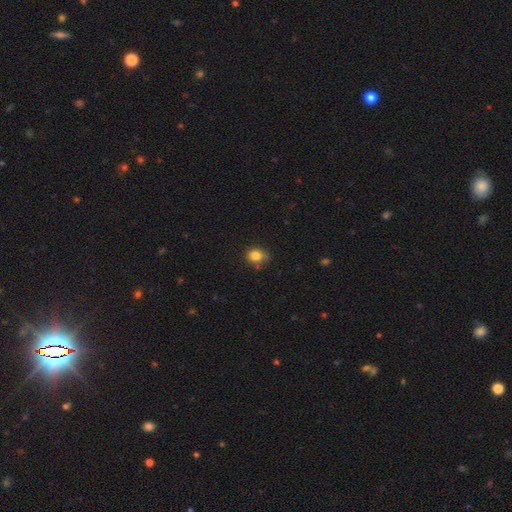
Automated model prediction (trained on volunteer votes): smooth-or-featured: smooth: 83% | star or artifact: 10% | featured or disk: 6%
  how-rounded: round: 58% | in between: 41% | cigar-shaped: 1%
  merging: none: 69% | minor disturbance: 25% | major disturbance: 4% | merger: 2%